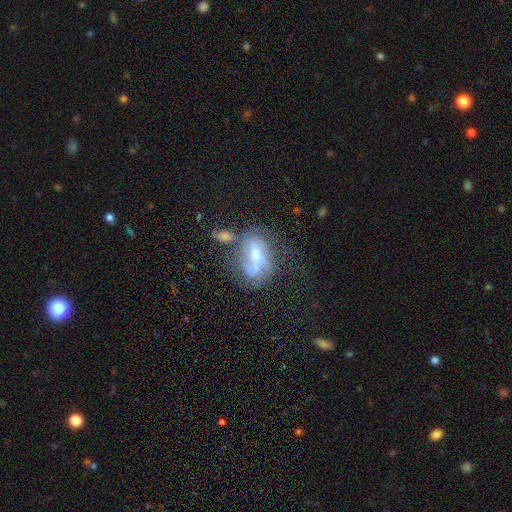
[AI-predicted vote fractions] Smooth or featured? Predicted: featured or disk (p=0.73). Edge-on disk? Predicted: no (p=0.92). Bar? Predicted: weak (p=0.40). Spiral arms? Predicted: yes (p=0.82). Spiral winding? Predicted: medium (p=0.41). Spiral arm count? Predicted: 2 (p=0.43). Bulge size? Predicted: small (p=0.47). Merging? Predicted: none (p=0.43).